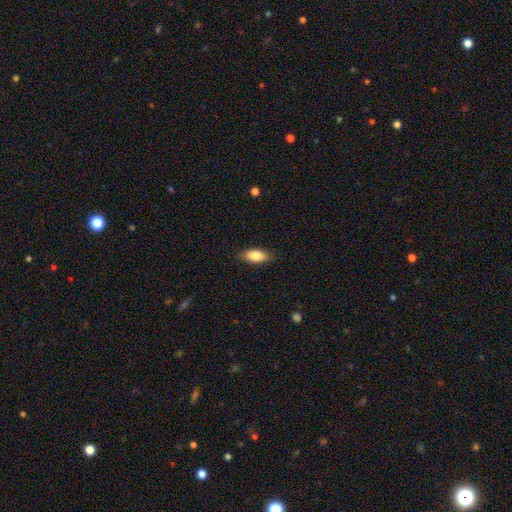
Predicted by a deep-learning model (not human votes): The model was most divided on "smooth or featured": smooth: 83%, featured or disk: 11%, star or artifact: 7%. More confident: how rounded — in between (87%); merging — none (86%).